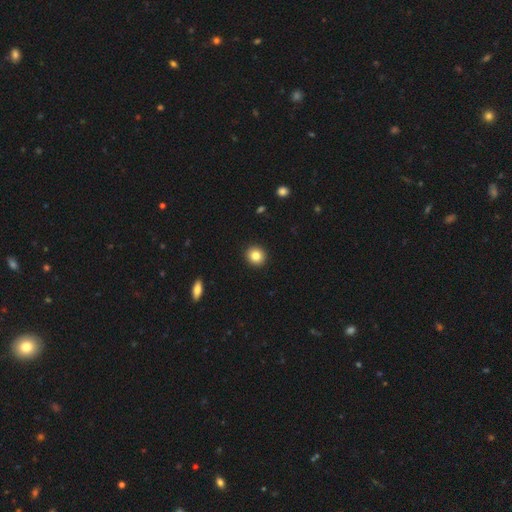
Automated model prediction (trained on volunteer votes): Morphology: type=smooth (83%); roundness=round (89%); merging=none (93%).